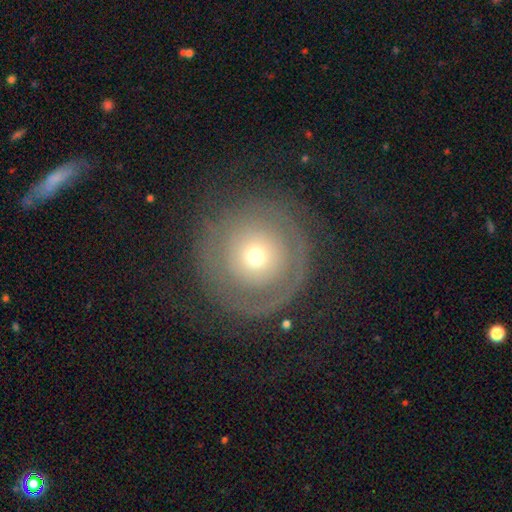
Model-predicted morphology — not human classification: Smooth or featured?
  - featured or disk: 54% *
  - smooth: 37%
  - star or artifact: 9%
Edge-on disk?
  - no: 96% *
  - yes: 4%
Bar?
  - no: 89% *
  - weak: 8%
  - strong: 3%
Spiral arms?
  - no: 52% *
  - yes: 48%
Bulge size?
  - small: 54% *
  - moderate: 38%
  - large: 5%
  - dominant: 2%
  - none: 1%
Merging?
  - none: 74% *
  - minor disturbance: 13%
  - major disturbance: 12%
  - merger: 2%